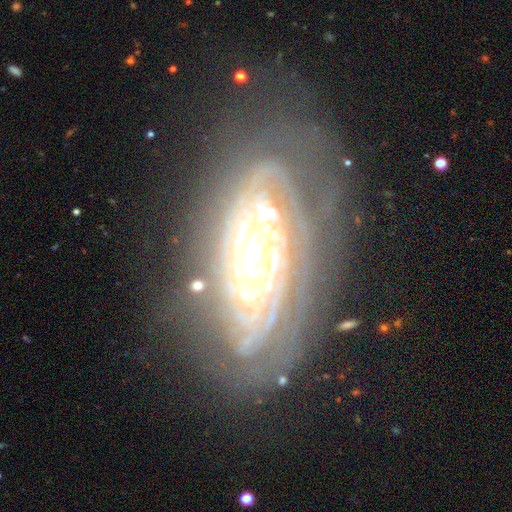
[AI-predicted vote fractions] Q: Smooth or featured?
A: featured or disk (87%); runner-up: smooth (7%)
Q: Edge-on disk?
A: no (92%); runner-up: yes (8%)
Q: Bar?
A: no (59%); runner-up: weak (23%)
Q: Spiral arms?
A: yes (95%); runner-up: no (5%)
Q: Spiral winding?
A: tight (80%); runner-up: medium (16%)
Q: Spiral arm count?
A: can't tell (33%); runner-up: 3 (17%)
Q: Bulge size?
A: moderate (55%); runner-up: large (30%)
Q: Merging?
A: none (71%); runner-up: minor disturbance (19%)